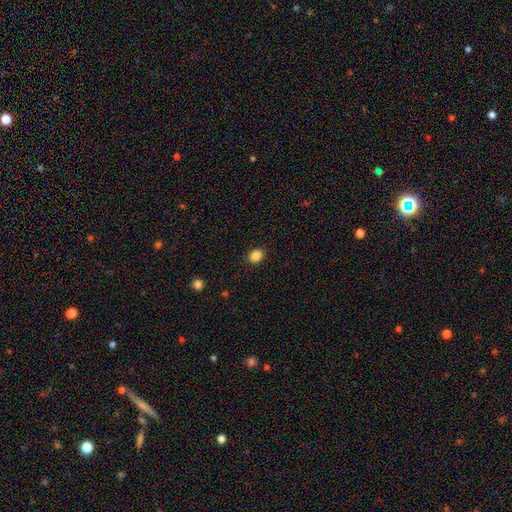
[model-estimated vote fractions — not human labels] Smooth or featured? smooth (86%)
How rounded? round (61%)
Merging? none (90%)